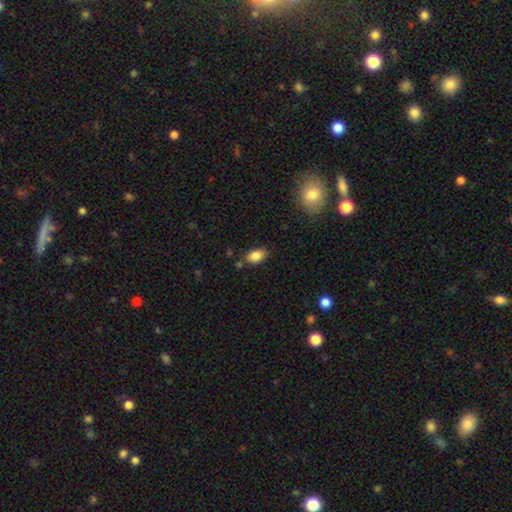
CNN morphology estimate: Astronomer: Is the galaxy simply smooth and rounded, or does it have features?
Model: smooth — 86%.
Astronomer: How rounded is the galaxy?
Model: in between — 91%.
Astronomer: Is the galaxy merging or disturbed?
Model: none — 76%.